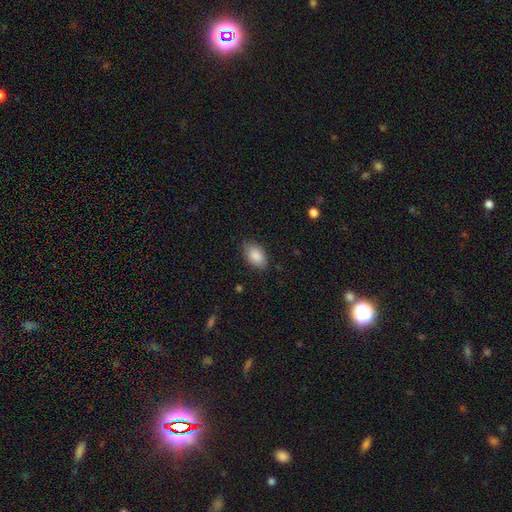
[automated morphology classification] A smooth galaxy with no disk features (88%) that is in between round and cigar-shaped (92%). Merging: none (81%).